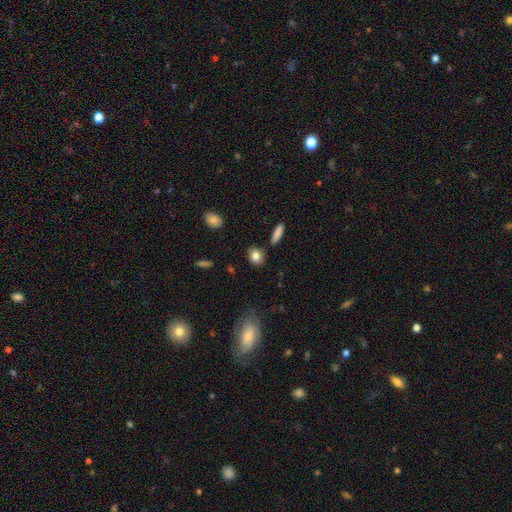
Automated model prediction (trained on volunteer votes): Morphology: type=smooth (82%); roundness=in between (51%); merging=none (82%).